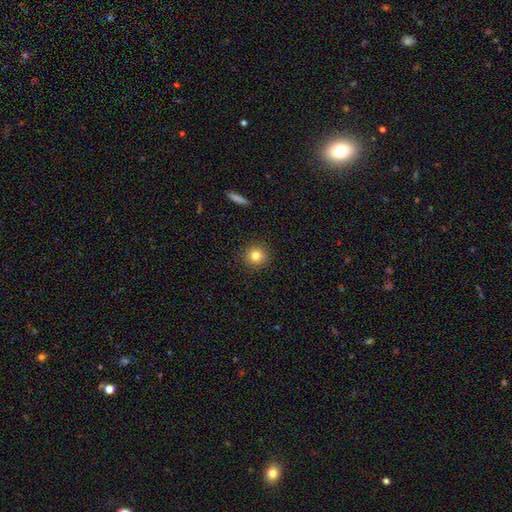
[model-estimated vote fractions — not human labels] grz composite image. It shows a smooth galaxy with no disk features (81%) that is round (93%). Merging: none (91%).